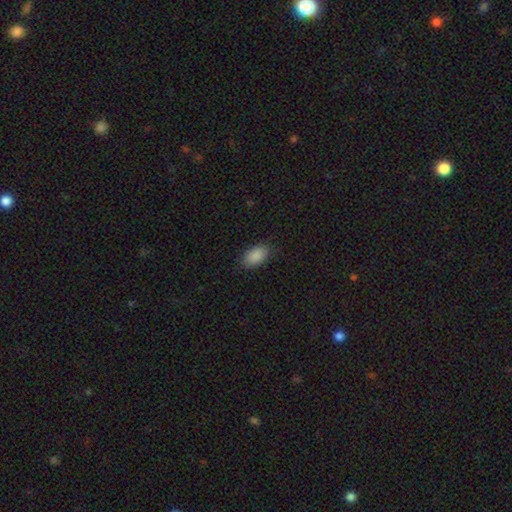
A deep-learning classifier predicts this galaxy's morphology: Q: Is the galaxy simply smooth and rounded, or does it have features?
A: smooth — 89%.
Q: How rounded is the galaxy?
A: in between — 93%.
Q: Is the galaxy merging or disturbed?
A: none — 84%.